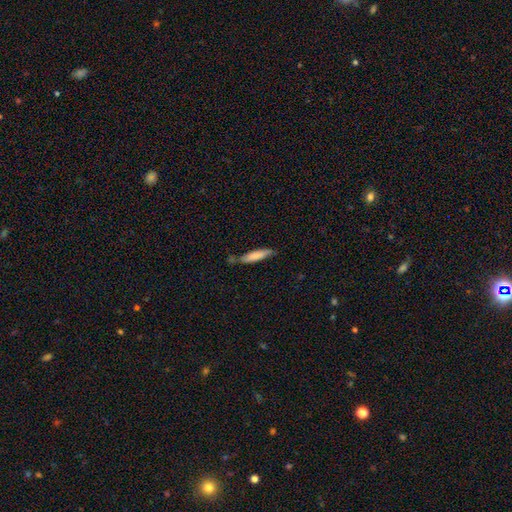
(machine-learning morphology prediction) The model was most divided on "merging": none: 65%, minor disturbance: 22%, merger: 9%, major disturbance: 5%. More confident: how rounded — cigar-shaped (83%); smooth or featured — smooth (75%).